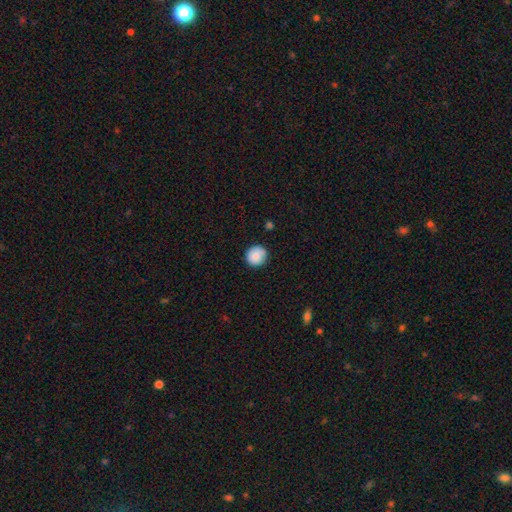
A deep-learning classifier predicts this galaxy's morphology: Smooth or featured? Predicted: smooth (p=0.86). How rounded? Predicted: round (p=0.93). Merging? Predicted: none (p=0.86).